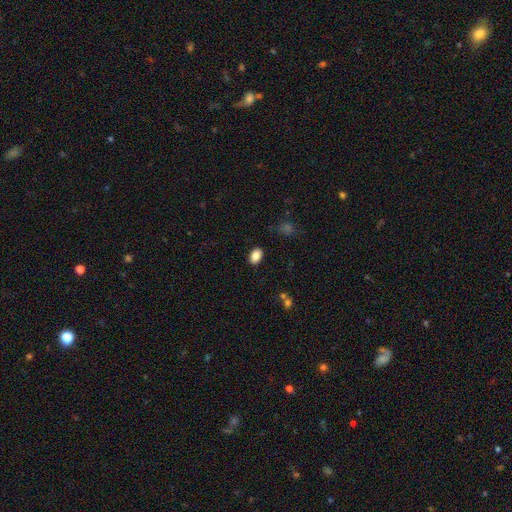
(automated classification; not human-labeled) Smooth or featured: smooth — 86% (star or artifact — 8%)
How rounded: in between — 87% (round — 11%)
Merging: none — 87% (minor disturbance — 9%)